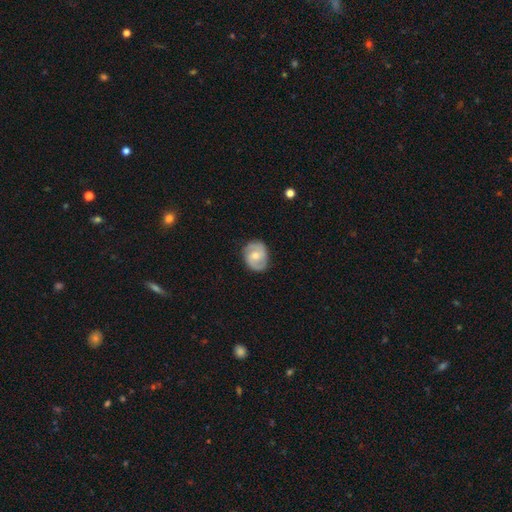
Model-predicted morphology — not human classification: Smooth or featured? featured or disk (67%)
Edge-on disk? no (97%)
Bar? weak (46%)
Spiral arms? yes (90%)
Spiral winding? medium (48%)
Spiral arm count? 2 (87%)
Bulge size? moderate (59%)
Merging? none (82%)